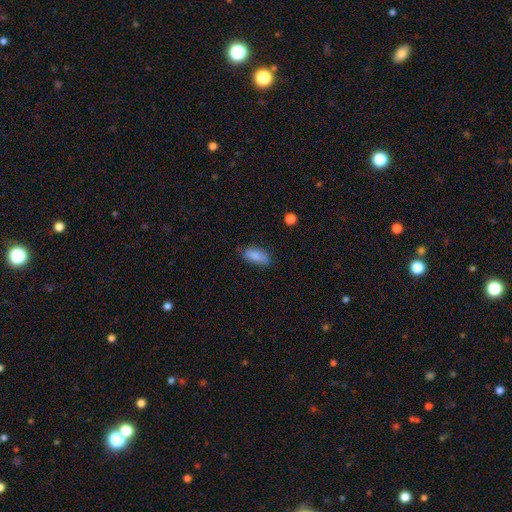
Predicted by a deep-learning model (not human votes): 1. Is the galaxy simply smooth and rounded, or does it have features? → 85% smooth, 8% star or artifact, 7% featured or disk.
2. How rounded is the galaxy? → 88% in between, 9% cigar-shaped, 3% round.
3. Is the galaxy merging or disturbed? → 70% none, 23% minor disturbance, 5% major disturbance, 2% merger.